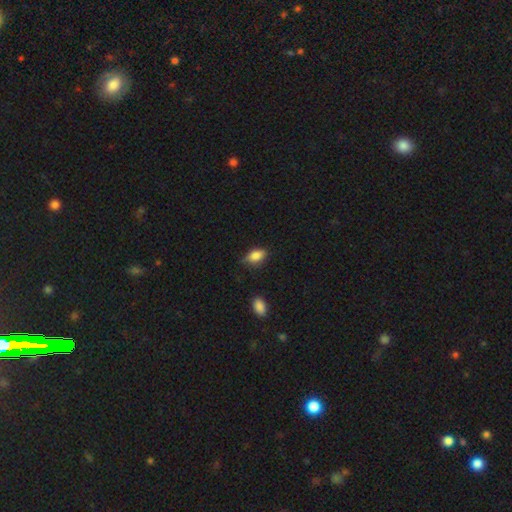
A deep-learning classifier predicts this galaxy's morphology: Smooth or featured? smooth (85%)
How rounded? in between (88%)
Merging? none (69%)